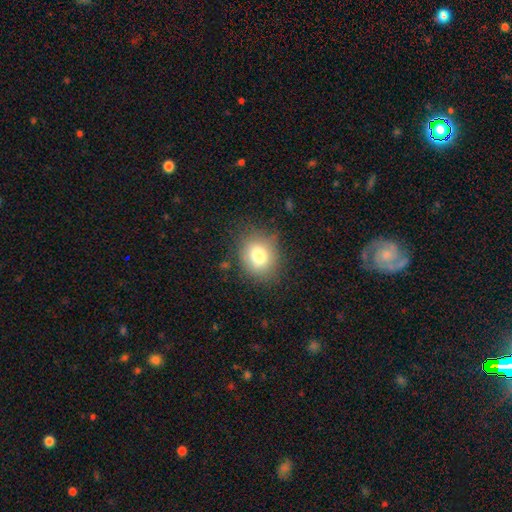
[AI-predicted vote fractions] This is likely a smooth galaxy (78%). How rounded: possibly round (57%). Merging: clearly none (82%).